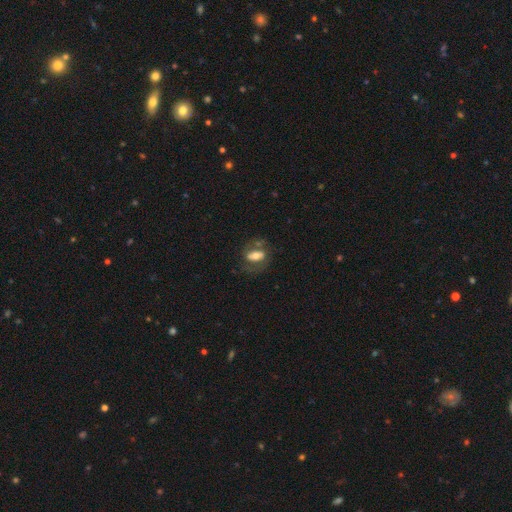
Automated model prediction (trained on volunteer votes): Morphology: type=smooth (50%); merging=none (53%).